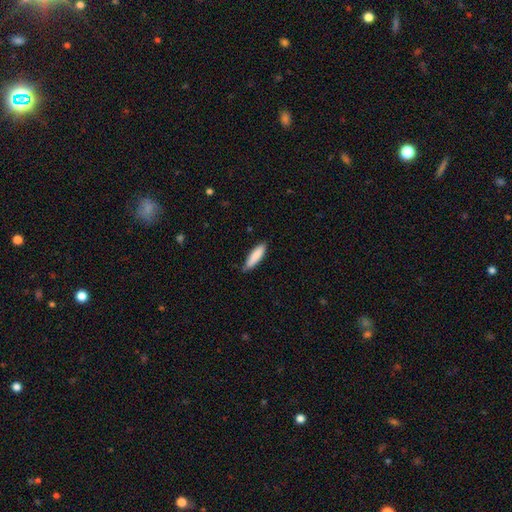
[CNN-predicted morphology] Overall: smooth (86%). How rounded: cigar-shaped (66%; in between 33%). Merging: none (77%).